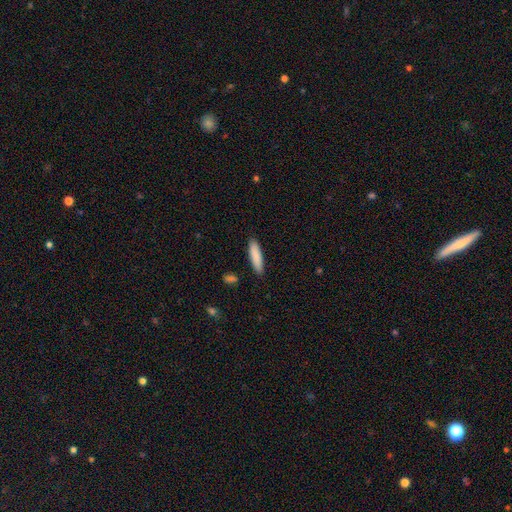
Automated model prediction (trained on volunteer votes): Morphology: type=smooth (86%); roundness=cigar-shaped (72%); merging=none (88%).